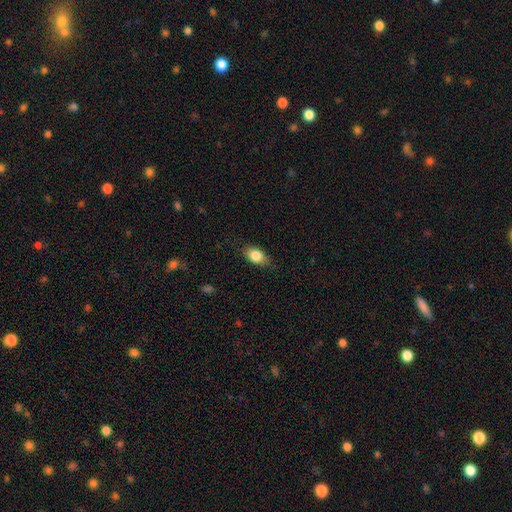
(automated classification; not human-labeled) Overall: smooth (83%). How rounded: in between (86%). Merging: none (80%).